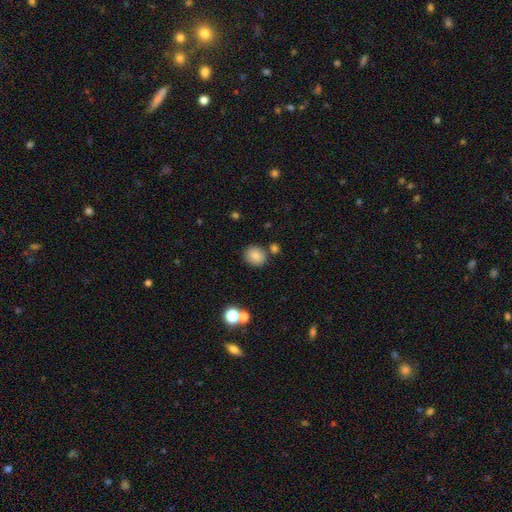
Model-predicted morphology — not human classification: Smooth or featured? smooth (82%)
How rounded? round (74%)
Merging? none (79%)